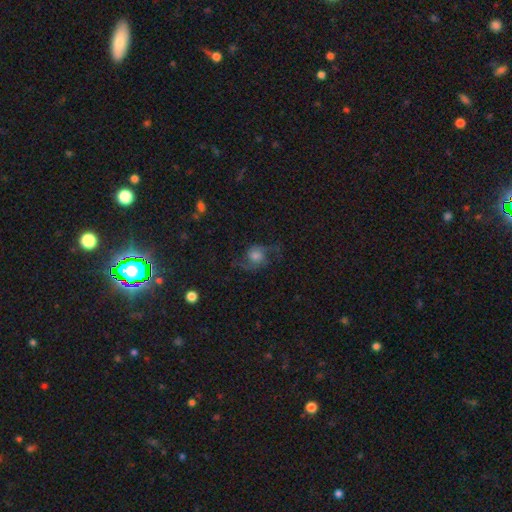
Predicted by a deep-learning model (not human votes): The model was most divided on "bulge size": moderate: 40%, large: 27%, small: 19%, none: 8%, dominant: 6%. More confident: edge-on disk — no (96%); spiral arms — yes (91%); spiral arm count — 2 (91%); bar — no (69%); merging — none (64%); smooth or featured — featured or disk (63%); spiral winding — loose (57%).